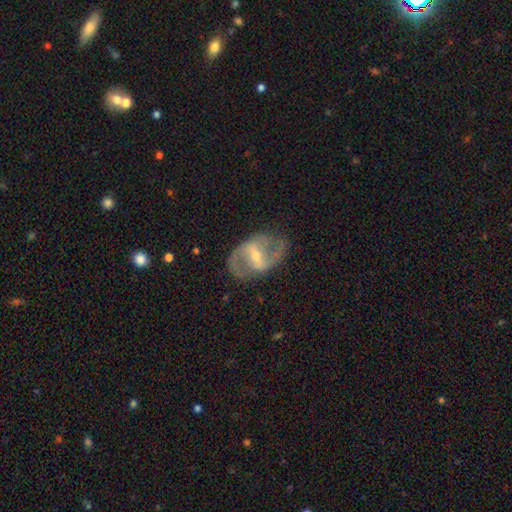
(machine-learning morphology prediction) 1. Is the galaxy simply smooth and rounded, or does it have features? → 88% featured or disk, 7% smooth, 5% star or artifact.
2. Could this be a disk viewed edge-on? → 97% no, 3% yes.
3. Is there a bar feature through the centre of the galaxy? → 53% strong, 36% weak, 11% no.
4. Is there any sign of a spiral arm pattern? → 92% yes, 8% no.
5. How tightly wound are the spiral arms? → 52% medium, 33% loose, 15% tight.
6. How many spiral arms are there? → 91% 2, 4% can't tell, 2% 1, 1% 3, 1% 4, 1% more than 4.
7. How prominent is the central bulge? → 57% small, 39% moderate, 2% none, 2% large, 1% dominant.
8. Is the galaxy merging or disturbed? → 79% none, 13% minor disturbance, 6% major disturbance, 1% merger.